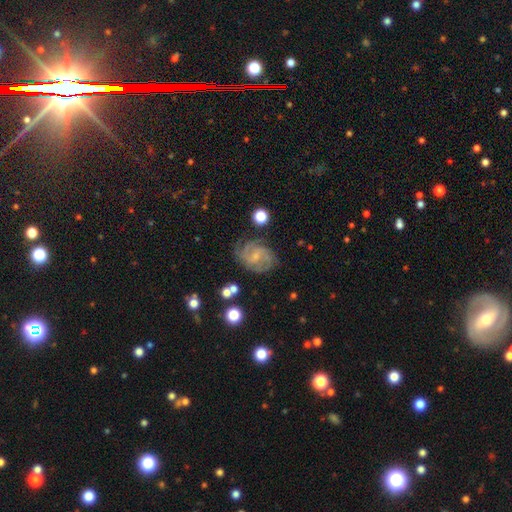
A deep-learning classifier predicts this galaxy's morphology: This is clearly a featured or disk galaxy (81%). It is clearly not viewed edge-on (98%). Bar: possibly weak (49%). Spiral arm pattern: clearly yes (95%). Spiral arm count: marginally 3 (27%). Spiral winding: possibly tight (47%). Central bulge: likely small (67%). Merging: likely none (73%).